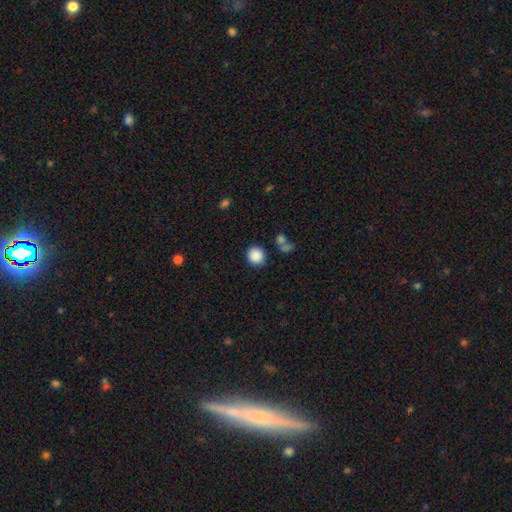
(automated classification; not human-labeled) Smooth or featured? smooth (87%)
How rounded? round (90%)
Merging? none (82%)